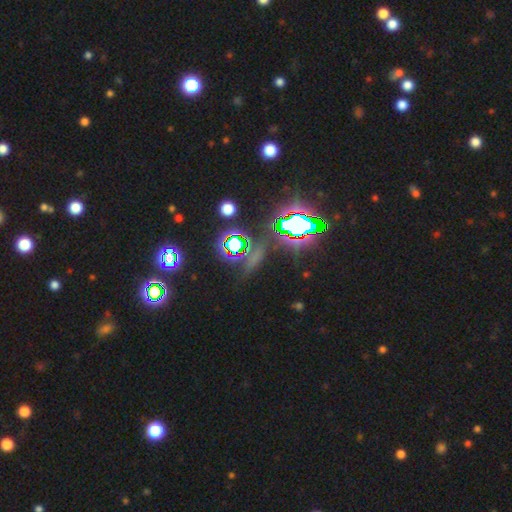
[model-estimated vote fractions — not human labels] This is likely a star or artifact rather than a galaxy (74%).